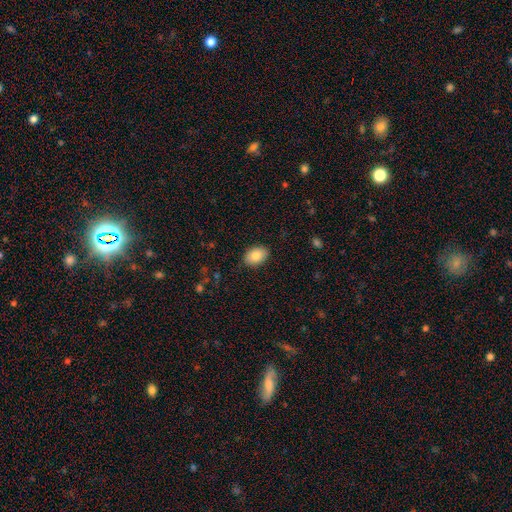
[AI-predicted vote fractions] smooth 85%, featured or disk 8%, star or artifact 7%. Down the decision tree: how rounded — in between (85%); merging — none (88%).